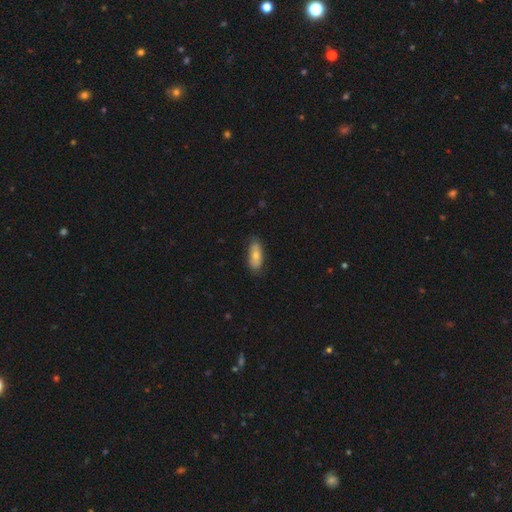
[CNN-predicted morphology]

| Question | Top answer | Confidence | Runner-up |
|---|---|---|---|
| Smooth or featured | smooth | 71% | featured or disk (23%) |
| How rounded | in between | 81% | cigar-shaped (16%) |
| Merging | none | 79% | minor disturbance (17%) |